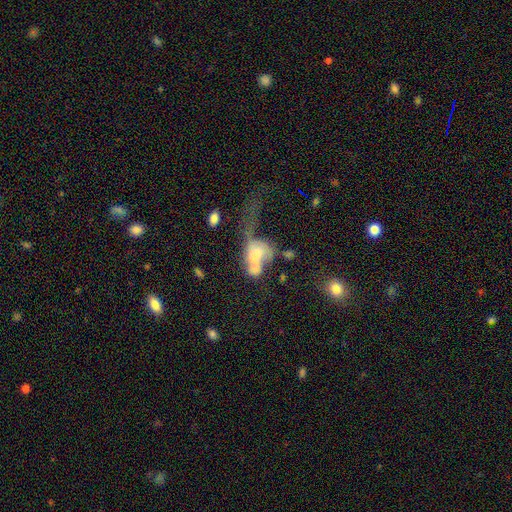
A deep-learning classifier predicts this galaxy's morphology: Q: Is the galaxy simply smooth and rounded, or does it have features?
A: smooth — 48%.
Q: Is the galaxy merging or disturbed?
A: major disturbance — 47%.